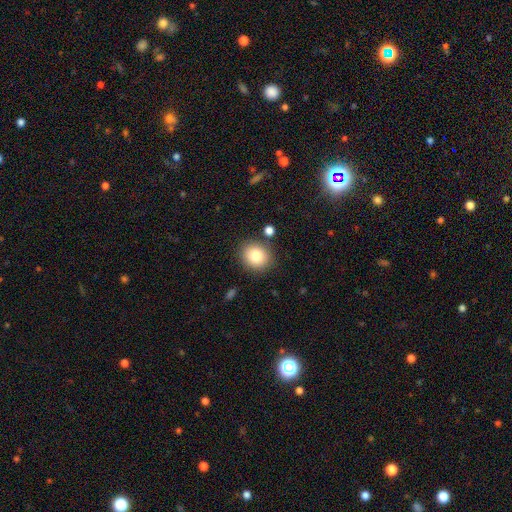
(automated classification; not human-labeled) Smooth or featured? Predicted: smooth (p=0.81). How rounded? Predicted: round (p=0.80). Merging? Predicted: none (p=0.85).